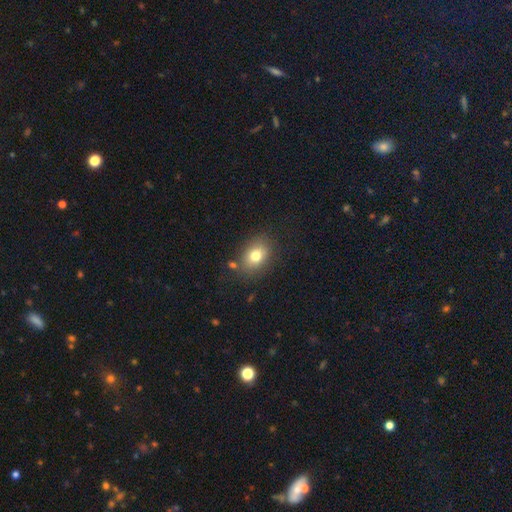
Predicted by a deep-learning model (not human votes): smooth_or_featured: smooth (p=0.77) [alt: featured or disk p=0.13]
how_rounded: in between (p=0.68) [alt: round p=0.30]
merging: none (p=0.78) [alt: minor disturbance p=0.13]